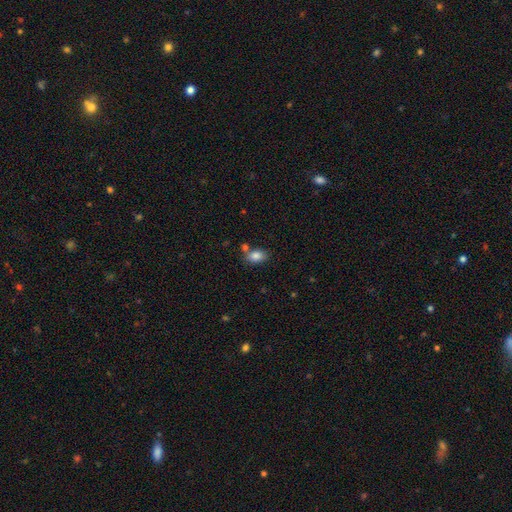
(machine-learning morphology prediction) Smooth or featured: smooth — 84% (star or artifact — 9%)
How rounded: in between — 85% (round — 14%)
Merging: none — 67% (merger — 16%)